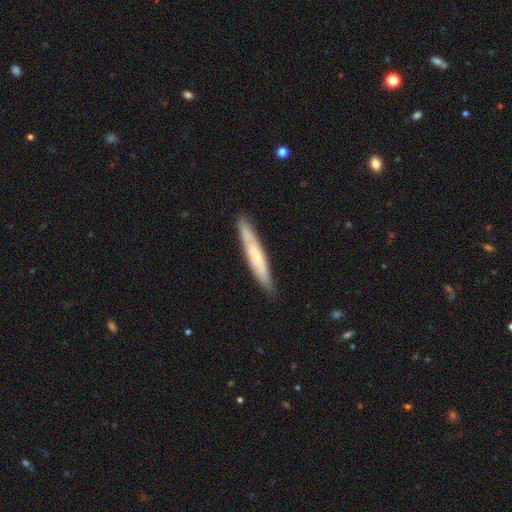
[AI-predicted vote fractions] This appears to be a smooth galaxy with no disk features (53%) that is cigar-shaped (94%). Merging: none (83%).